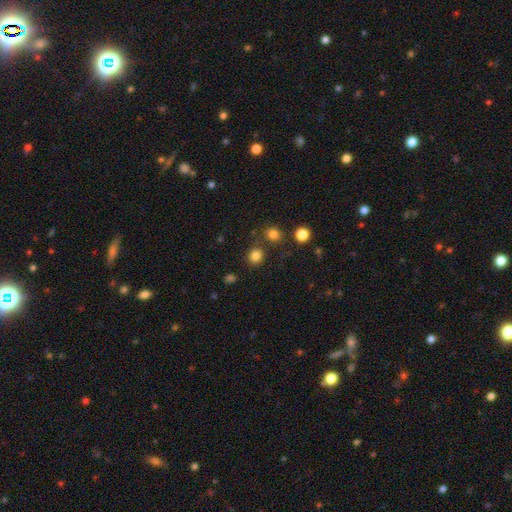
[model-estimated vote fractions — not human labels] This is clearly a smooth galaxy (82%). How rounded: clearly round (84%). Merging: clearly none (81%).